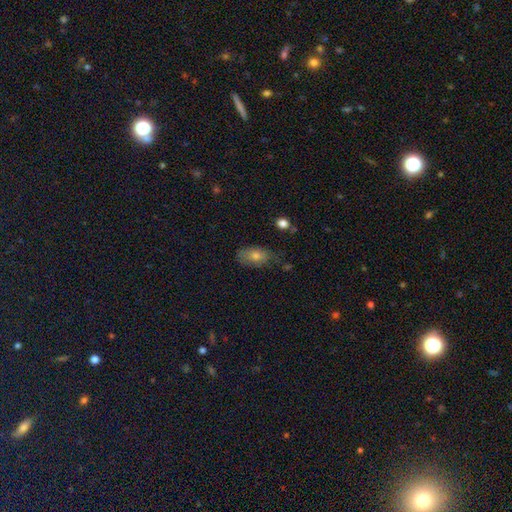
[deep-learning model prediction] Q: Smooth or featured?
A: smooth (68%); runner-up: featured or disk (20%)
Q: How rounded?
A: in between (86%); runner-up: round (9%)
Q: Merging?
A: none (63%); runner-up: minor disturbance (27%)